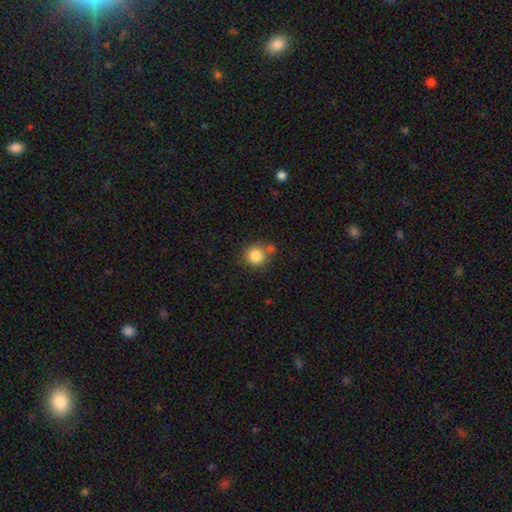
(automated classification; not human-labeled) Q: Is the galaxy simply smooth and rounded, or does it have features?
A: smooth — 84%.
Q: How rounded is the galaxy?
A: round — 92%.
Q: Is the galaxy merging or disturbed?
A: none — 68%.